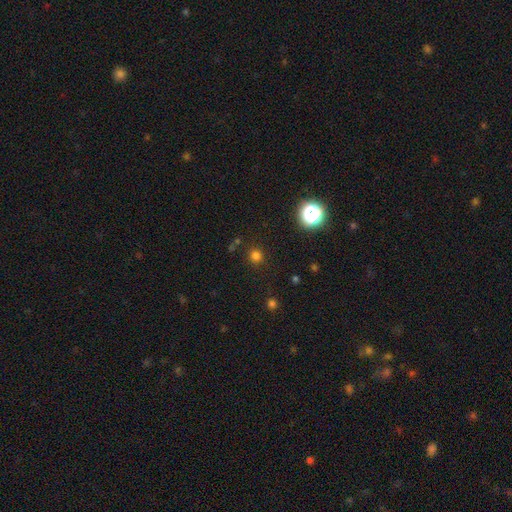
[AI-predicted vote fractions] Smooth or featured? smooth (73%)
How rounded? round (90%)
Merging? none (86%)